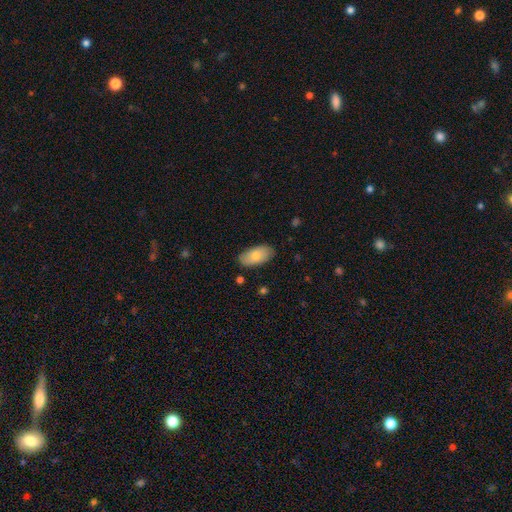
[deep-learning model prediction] This is likely a smooth galaxy (77%). How rounded: clearly in between (94%). Merging: clearly none (85%).